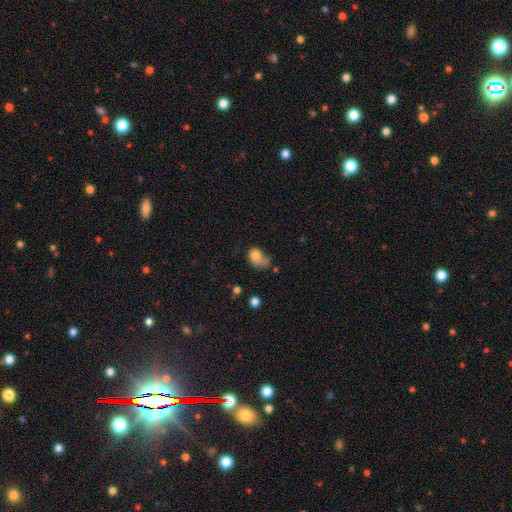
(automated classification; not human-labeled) smooth-or-featured: smooth: 75% | featured or disk: 15% | star or artifact: 10%
  how-rounded: in between: 68% | round: 31% | cigar-shaped: 1%
  merging: major disturbance: 33% | minor disturbance: 31% | none: 25% | merger: 11%